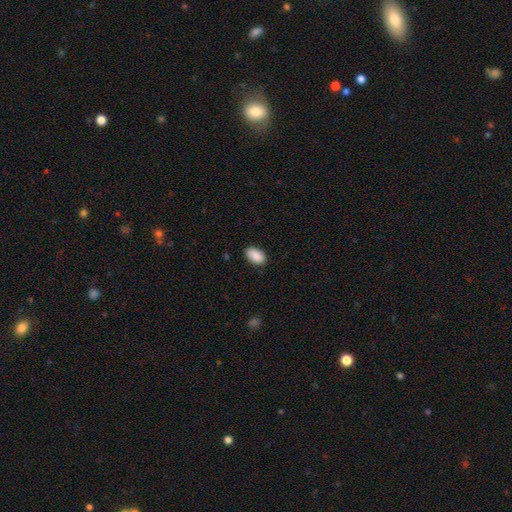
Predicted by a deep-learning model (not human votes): Smooth or featured?
  - smooth: 89% *
  - star or artifact: 7%
  - featured or disk: 4%
How rounded?
  - in between: 93% *
  - round: 6%
  - cigar-shaped: 1%
Merging?
  - none: 84% *
  - minor disturbance: 13%
  - major disturbance: 2%
  - merger: 1%